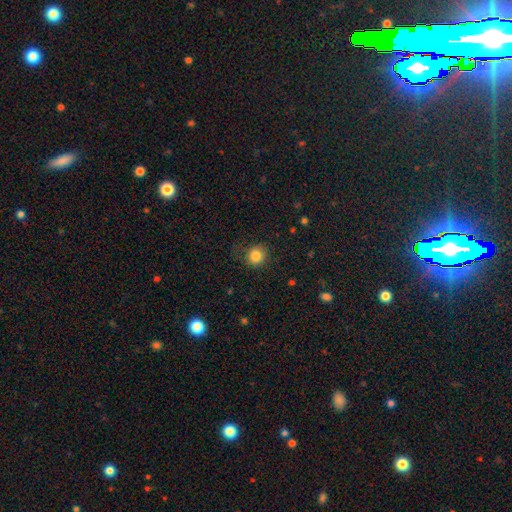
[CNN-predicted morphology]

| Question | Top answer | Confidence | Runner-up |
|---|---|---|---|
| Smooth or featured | smooth | 84% | star or artifact (11%) |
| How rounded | round | 84% | in between (15%) |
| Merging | none | 77% | minor disturbance (16%) |